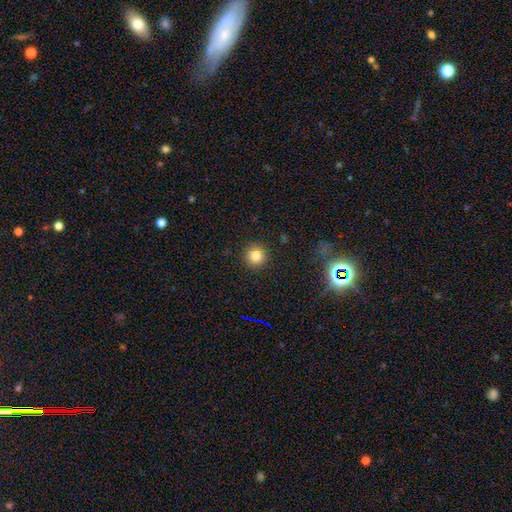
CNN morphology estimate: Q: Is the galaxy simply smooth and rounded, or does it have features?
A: smooth — 80%.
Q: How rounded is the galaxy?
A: round — 94%.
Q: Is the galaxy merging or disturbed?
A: none — 90%.